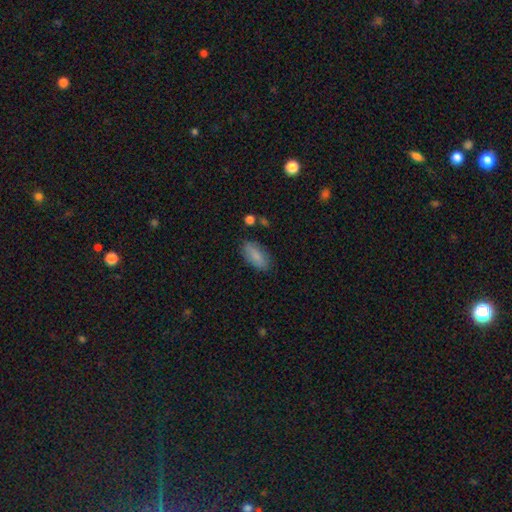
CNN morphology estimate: smooth-or-featured: smooth: 82% | featured or disk: 11% | star or artifact: 7%
  how-rounded: in between: 87% | cigar-shaped: 10% | round: 2%
  merging: none: 80% | minor disturbance: 15% | major disturbance: 3% | merger: 2%